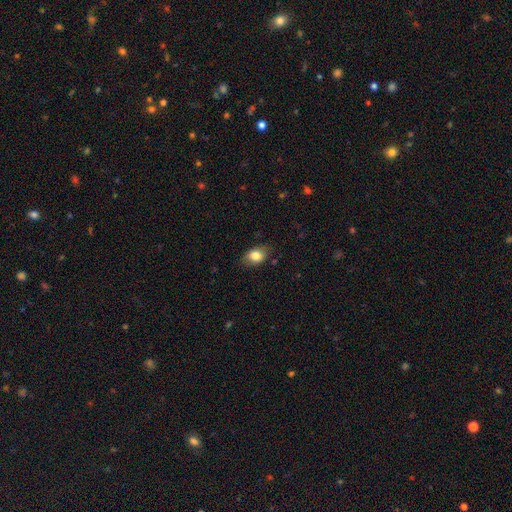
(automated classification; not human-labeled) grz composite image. It shows a smooth galaxy with no disk features (81%) that is in between round and cigar-shaped (79%). Merging: none (79%).